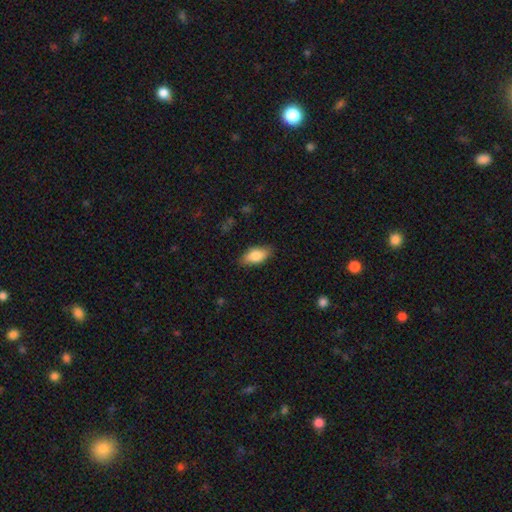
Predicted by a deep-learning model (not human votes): The model was most divided on "smooth or featured": smooth: 80%, featured or disk: 13%, star or artifact: 7%. More confident: how rounded — in between (87%); merging — none (84%).